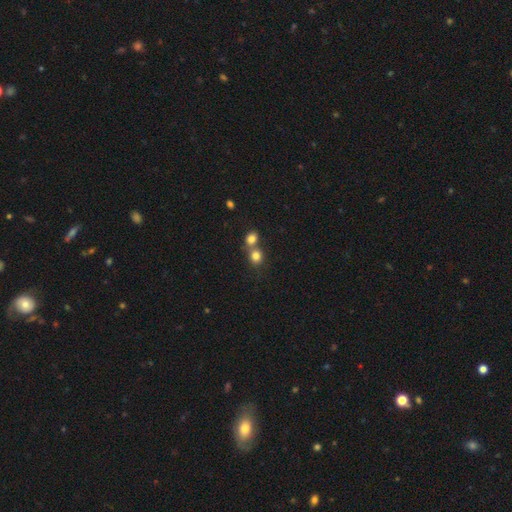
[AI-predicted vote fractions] Overall: smooth (81%). How rounded: round (81%). Merging: merger (48%; none 43%).